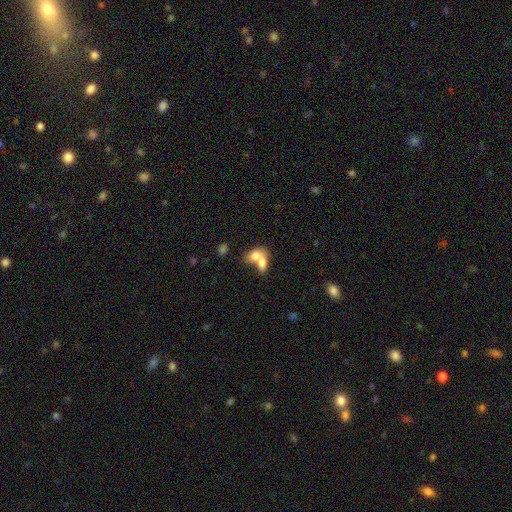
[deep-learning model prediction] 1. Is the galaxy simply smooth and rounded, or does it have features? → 74% smooth, 18% featured or disk, 8% star or artifact.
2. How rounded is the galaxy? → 83% in between, 13% round, 3% cigar-shaped.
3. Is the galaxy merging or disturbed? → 73% merger, 18% none, 6% minor disturbance, 4% major disturbance.